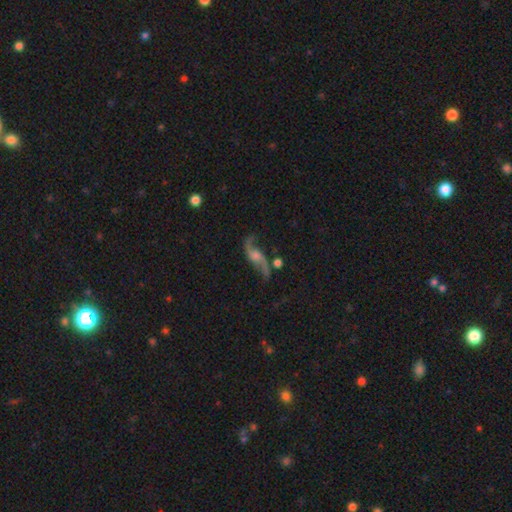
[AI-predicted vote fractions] Smooth or featured? featured or disk (85%)
Edge-on disk? no (91%)
Bar? no (58%)
Spiral arms? yes (96%)
Spiral winding? loose (88%)
Spiral arm count? 2 (93%)
Bulge size? moderate (40%)
Merging? none (70%)